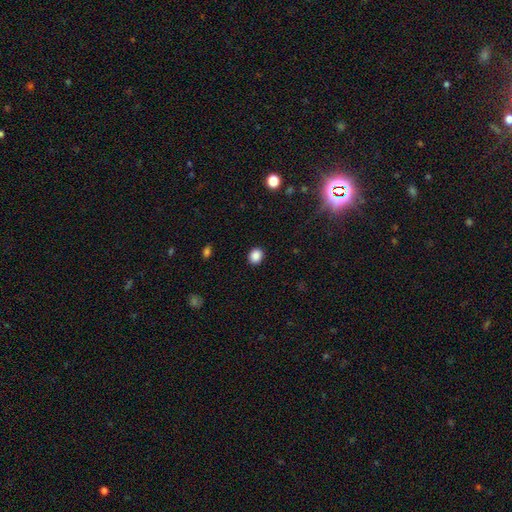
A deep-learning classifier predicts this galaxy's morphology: smooth_or_featured: smooth (p=0.87) [alt: star or artifact p=0.10]
how_rounded: round (p=0.68) [alt: in between p=0.31]
merging: none (p=0.90) [alt: minor disturbance p=0.06]